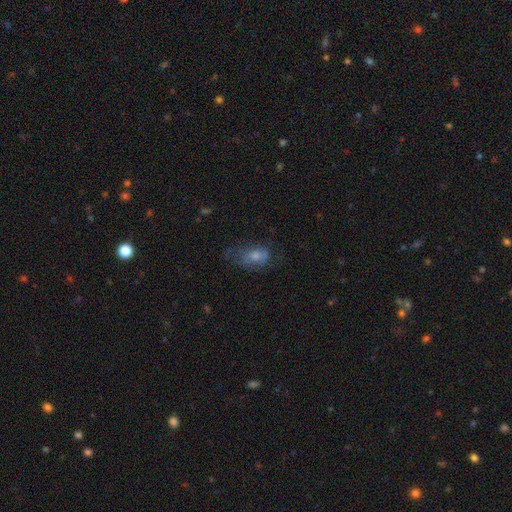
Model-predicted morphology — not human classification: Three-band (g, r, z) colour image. It shows a smooth galaxy with no disk features (50%). Merging: none (49%).